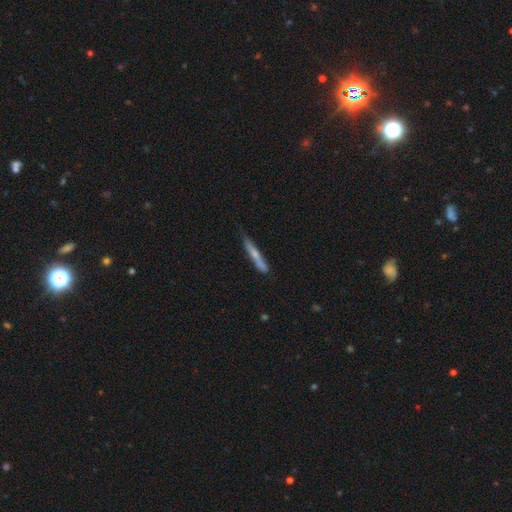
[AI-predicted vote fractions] A smooth galaxy with no disk features (51%) that is cigar-shaped (93%).

Vote fractions:
- Smooth or featured? smooth: 51% / featured or disk: 43% / star or artifact: 6%
- How rounded? cigar-shaped: 93% / in between: 5% / round: 2%
- Merging? none: 72% / minor disturbance: 21% / major disturbance: 3% / merger: 3%